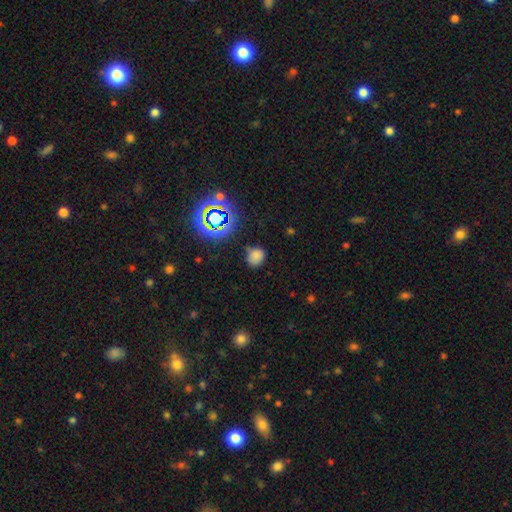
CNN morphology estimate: smooth 71%, star or artifact 22%, featured or disk 7%. Down the decision tree: how rounded — round (69%); merging — none (73%).